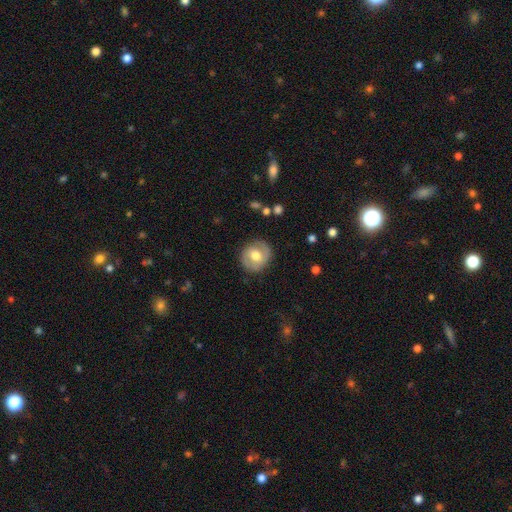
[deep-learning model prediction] A smooth galaxy with no disk features (47%). Merging: none (84%).